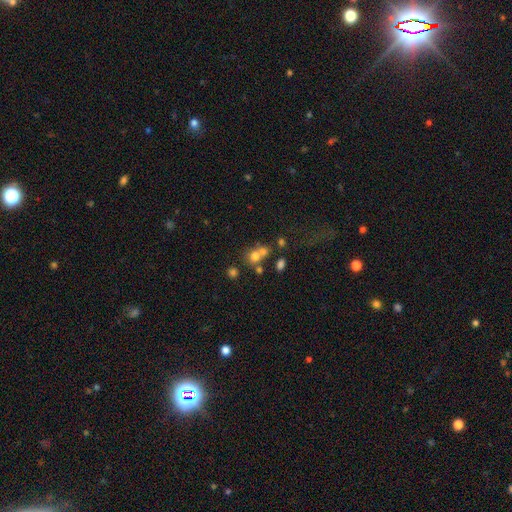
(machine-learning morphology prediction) This is likely a smooth galaxy (64%). How rounded: likely round (76%). Merging: possibly merger (46%).